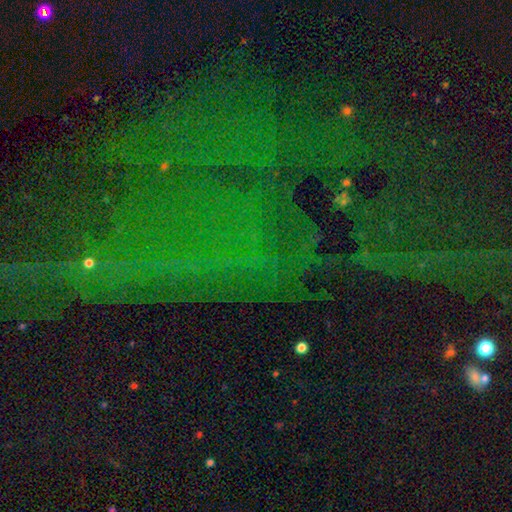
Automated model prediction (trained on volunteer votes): Smooth or featured? Predicted: star or artifact (p=0.81).